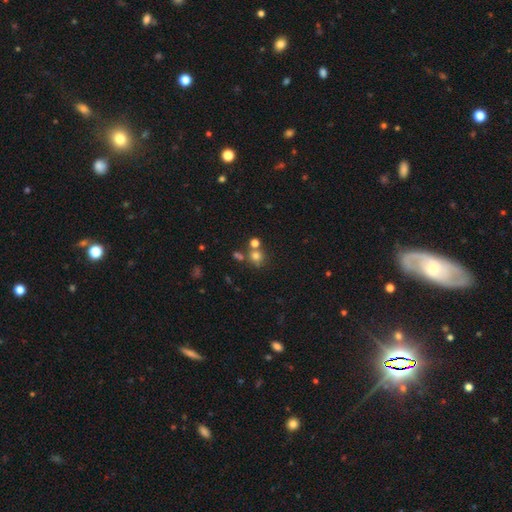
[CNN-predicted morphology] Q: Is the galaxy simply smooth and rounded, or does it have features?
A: smooth — 71%.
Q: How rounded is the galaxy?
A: round — 84%.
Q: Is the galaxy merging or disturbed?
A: none — 59%.